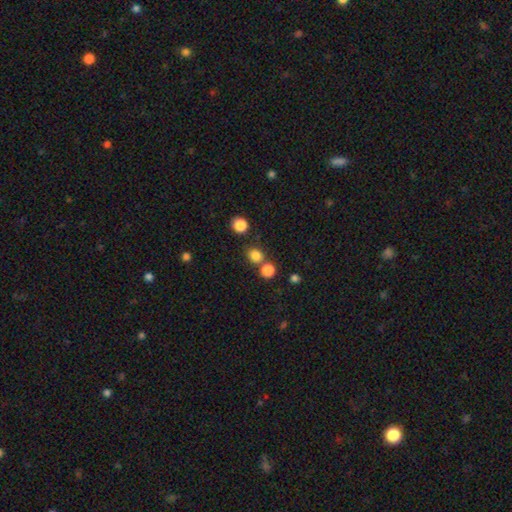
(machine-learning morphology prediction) The model was most divided on "merging": none: 68%, merger: 21%, minor disturbance: 8%, major disturbance: 3%. More confident: smooth or featured — smooth (81%); how rounded — round (79%).